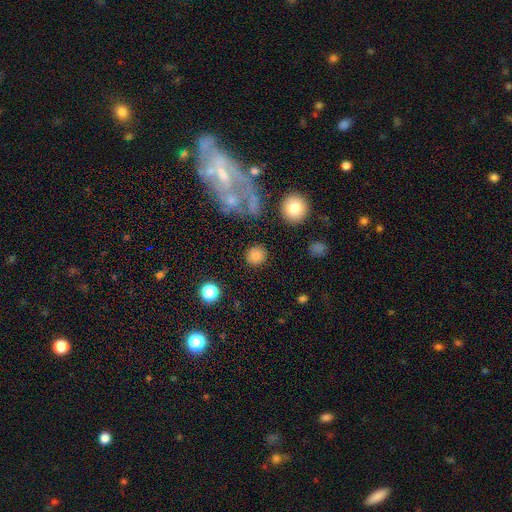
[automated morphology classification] This is clearly a smooth galaxy (81%). How rounded: clearly round (91%). Merging: clearly none (88%).